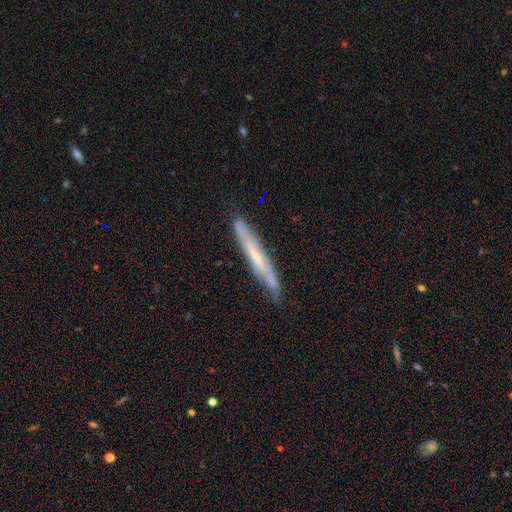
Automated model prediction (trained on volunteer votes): smooth-or-featured: featured or disk: 61% | smooth: 32% | star or artifact: 6%
  disk-edge-on: yes: 78% | no: 22%
  merging: none: 76% | minor disturbance: 19% | major disturbance: 3% | merger: 2%